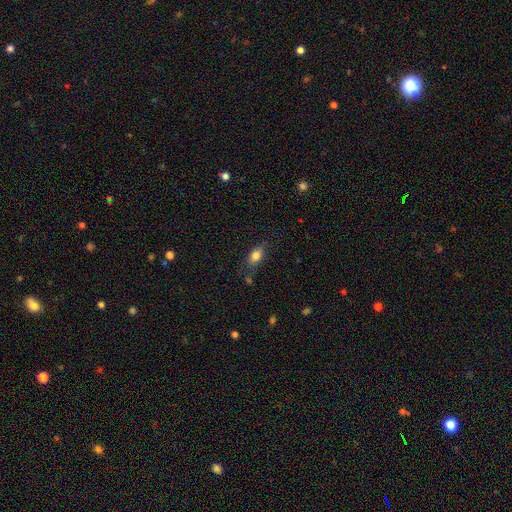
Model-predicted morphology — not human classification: type=smooth (81%); roundness=in between (82%); merging=none (69%).